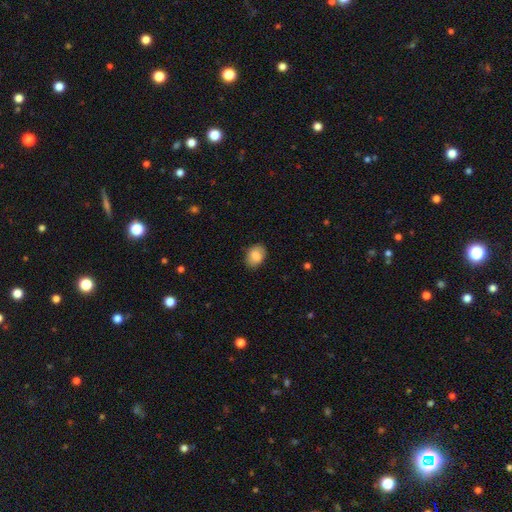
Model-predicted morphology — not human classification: smooth 81%, featured or disk 11%, star or artifact 7%. Down the decision tree: how rounded — in between (73%); merging — none (82%).